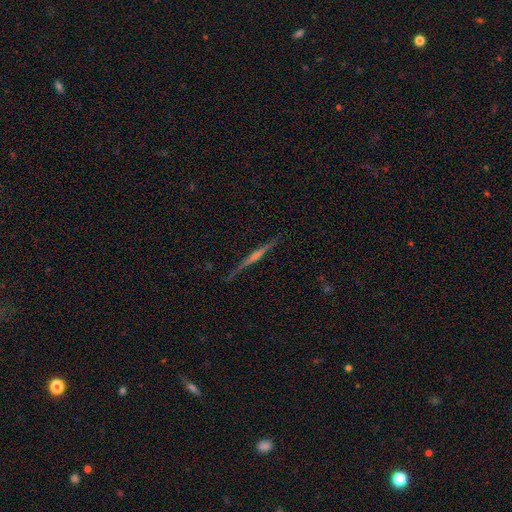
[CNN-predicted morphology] A featured or disk galaxy (77%) viewed edge-on (98%) with a rounded central bulge (59%).

Vote fractions:
- Smooth or featured? featured or disk: 77% / smooth: 16% / star or artifact: 7%
- Edge-on disk? yes: 98% / no: 2%
- Edge-on bulge? rounded: 59% / none: 27% / boxy: 14%
- Merging? none: 89% / minor disturbance: 8% / major disturbance: 2% / merger: 1%